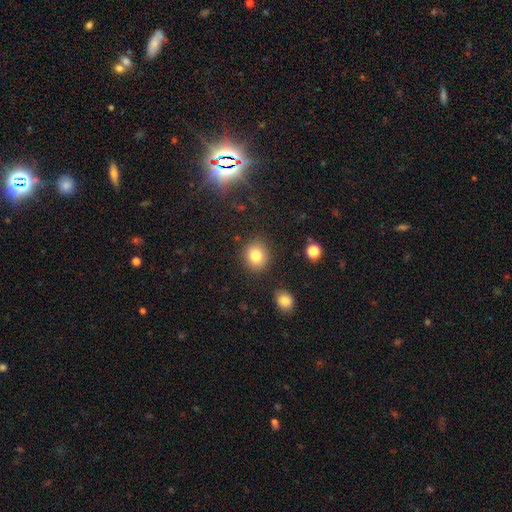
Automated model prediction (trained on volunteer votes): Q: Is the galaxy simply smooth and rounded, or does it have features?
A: smooth — 81%.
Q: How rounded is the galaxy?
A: round — 79%.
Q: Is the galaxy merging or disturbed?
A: none — 86%.